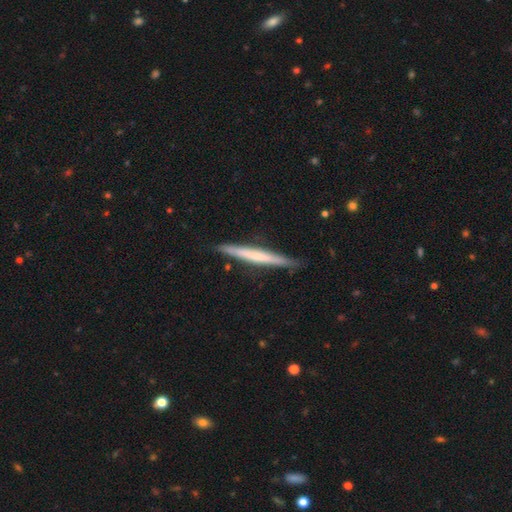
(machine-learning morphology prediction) Smooth or featured? Predicted: featured or disk (p=0.49). Merging? Predicted: none (p=0.87).